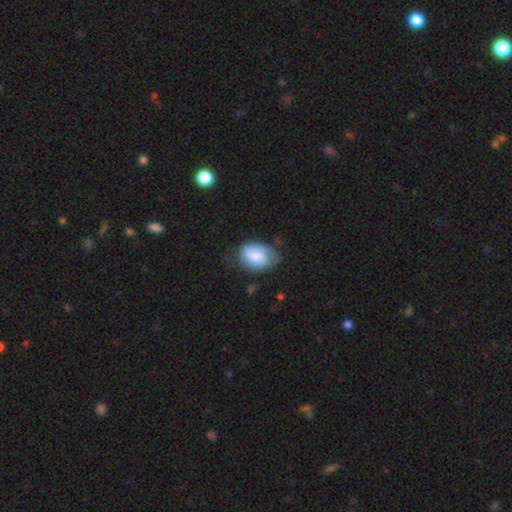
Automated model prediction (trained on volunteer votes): This is likely a smooth galaxy (75%). How rounded: clearly in between (81%). Merging: possibly none (55%).